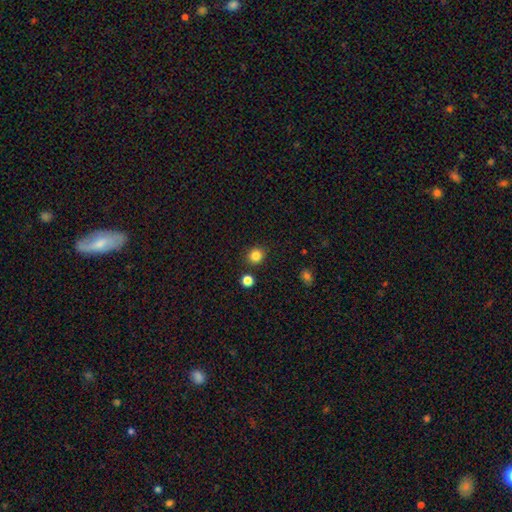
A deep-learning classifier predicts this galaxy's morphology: Smooth or featured: smooth — 84% (star or artifact — 12%)
How rounded: round — 86% (in between — 13%)
Merging: none — 88% (minor disturbance — 7%)